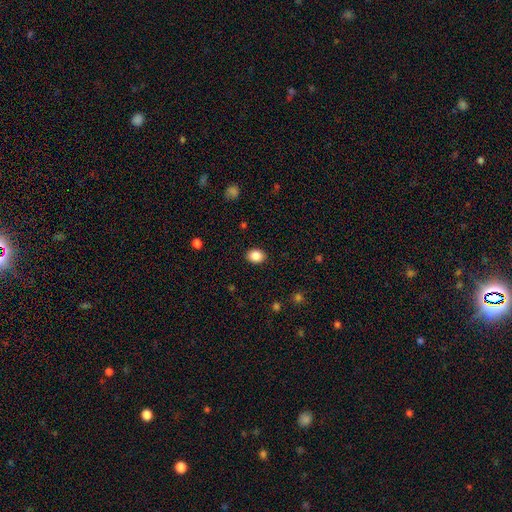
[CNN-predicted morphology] smooth-or-featured: smooth: 87% | star or artifact: 9% | featured or disk: 4%
  how-rounded: in between: 51% | round: 48% | cigar-shaped: 1%
  merging: none: 90% | minor disturbance: 7% | major disturbance: 2% | merger: 1%